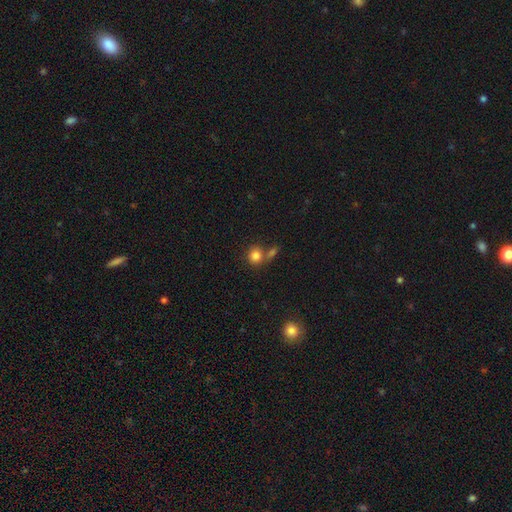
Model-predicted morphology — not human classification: Q: Smooth or featured?
A: smooth (83%); runner-up: star or artifact (11%)
Q: How rounded?
A: round (82%); runner-up: in between (17%)
Q: Merging?
A: none (59%); runner-up: merger (27%)